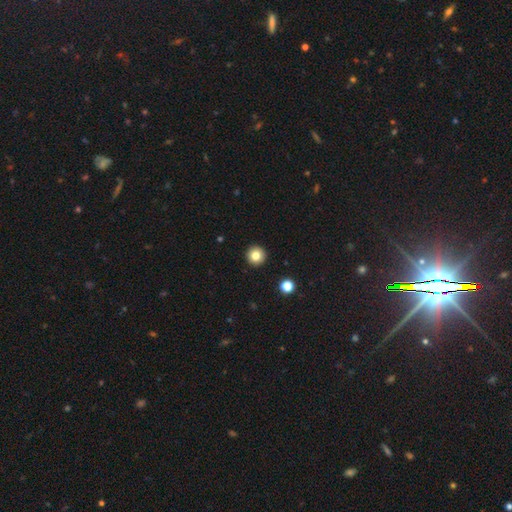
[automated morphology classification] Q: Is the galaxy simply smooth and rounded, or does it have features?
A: smooth — 81%.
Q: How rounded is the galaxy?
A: round — 96%.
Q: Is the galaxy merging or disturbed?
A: none — 94%.